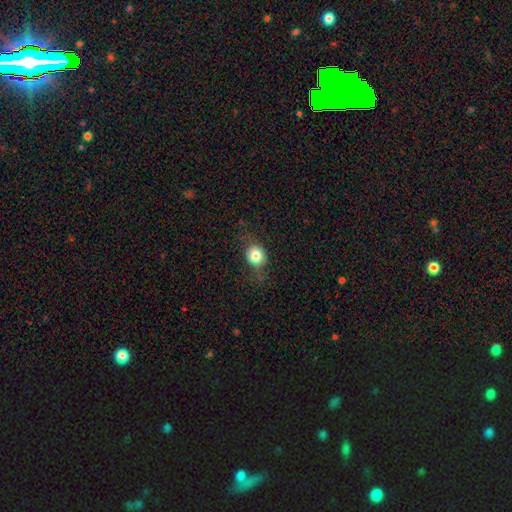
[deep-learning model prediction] Smooth or featured? smooth (78%)
How rounded? round (65%)
Merging? none (71%)